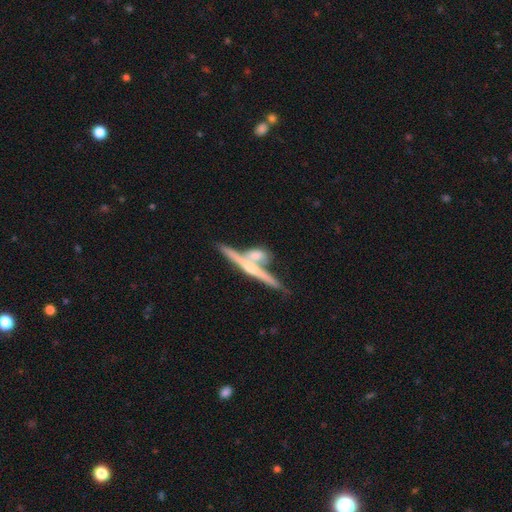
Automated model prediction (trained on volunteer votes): Q: Smooth or featured?
A: featured or disk (61%); runner-up: smooth (32%)
Q: Edge-on disk?
A: yes (88%); runner-up: no (12%)
Q: Edge-on bulge?
A: rounded (54%); runner-up: none (36%)
Q: Merging?
A: none (43%); runner-up: merger (42%)